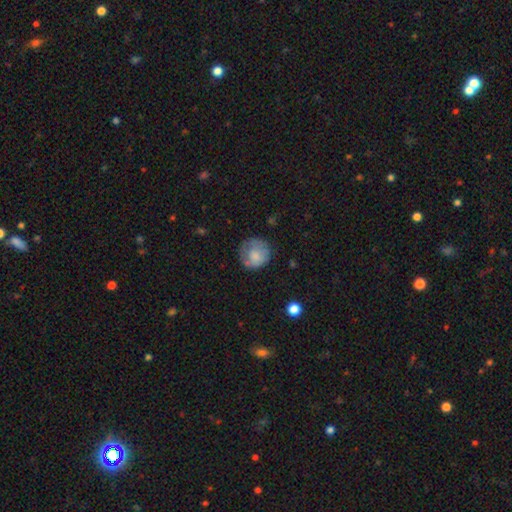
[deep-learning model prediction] Overall: smooth (69%). How rounded: round (90%). Merging: none (65%).